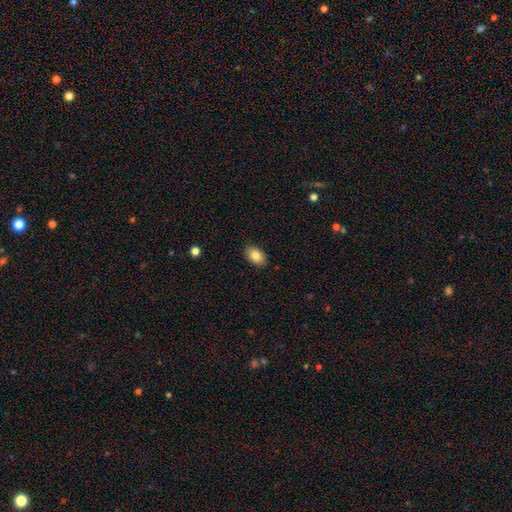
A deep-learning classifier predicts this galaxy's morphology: Overall: smooth (84%). How rounded: in between (86%). Merging: none (88%).